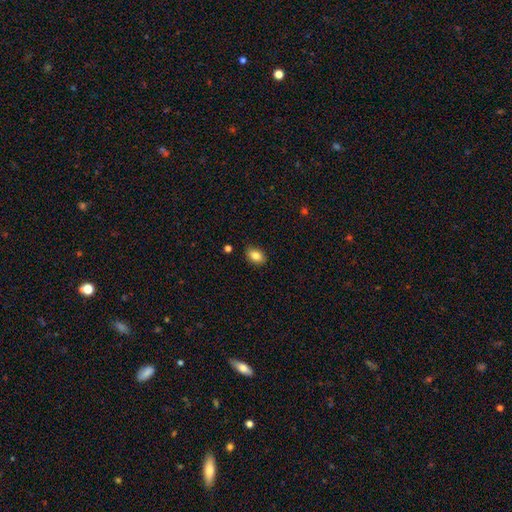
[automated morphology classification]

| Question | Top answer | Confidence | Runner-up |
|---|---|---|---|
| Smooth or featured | smooth | 84% | star or artifact (9%) |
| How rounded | in between | 82% | round (17%) |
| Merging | none | 87% | minor disturbance (10%) |